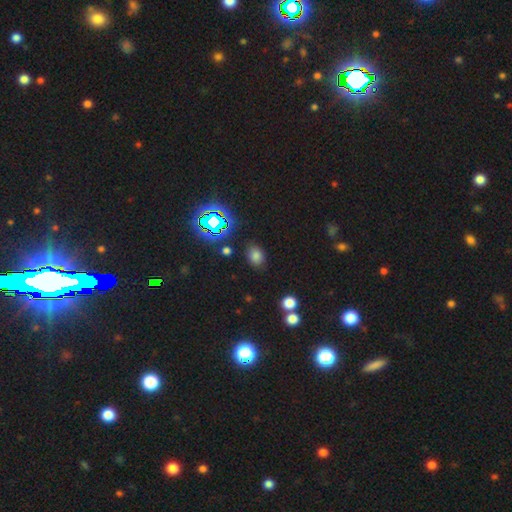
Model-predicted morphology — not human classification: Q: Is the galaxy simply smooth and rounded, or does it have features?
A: smooth — 71%.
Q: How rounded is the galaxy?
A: in between — 68%.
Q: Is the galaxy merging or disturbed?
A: none — 82%.